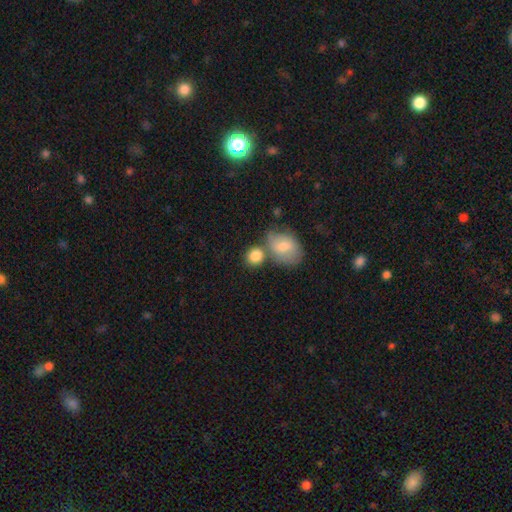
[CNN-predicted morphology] smooth-or-featured: smooth: 84% | featured or disk: 9% | star or artifact: 7%
  how-rounded: round: 72% | in between: 26% | cigar-shaped: 1%
  merging: none: 53% | merger: 32% | minor disturbance: 11% | major disturbance: 4%